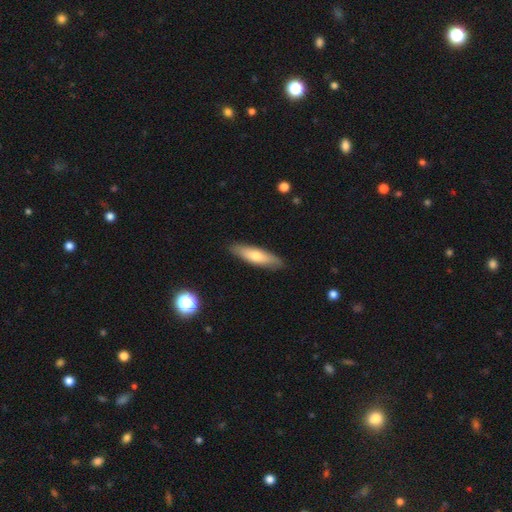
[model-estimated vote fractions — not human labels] smooth 63%, featured or disk 31%, star or artifact 6%. Down the decision tree: how rounded — cigar-shaped (63%); merging — none (87%).